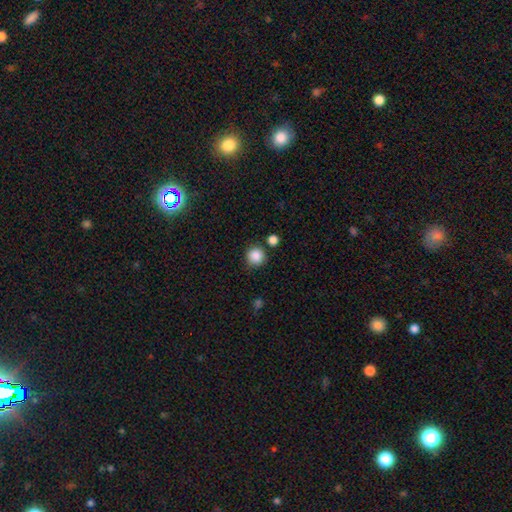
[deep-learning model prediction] A smooth galaxy with no disk features (87%) that is round (93%).

Vote fractions:
- Smooth or featured? smooth: 87% / star or artifact: 9% / featured or disk: 3%
- How rounded? round: 93% / in between: 6% / cigar-shaped: 1%
- Merging? none: 82% / minor disturbance: 10% / merger: 6% / major disturbance: 3%